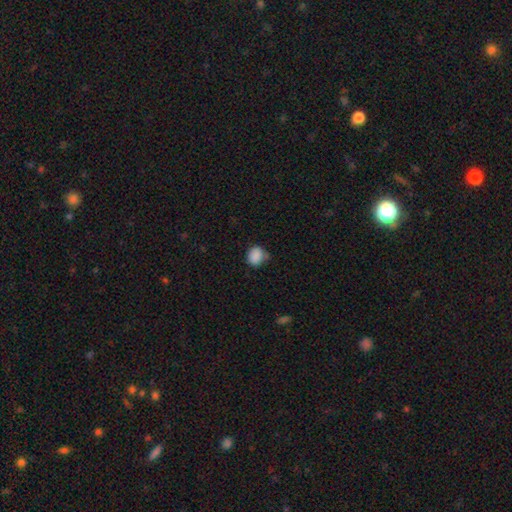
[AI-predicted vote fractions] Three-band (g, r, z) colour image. It shows a smooth galaxy with no disk features (87%) that is round (61%). Merging: none (60%).